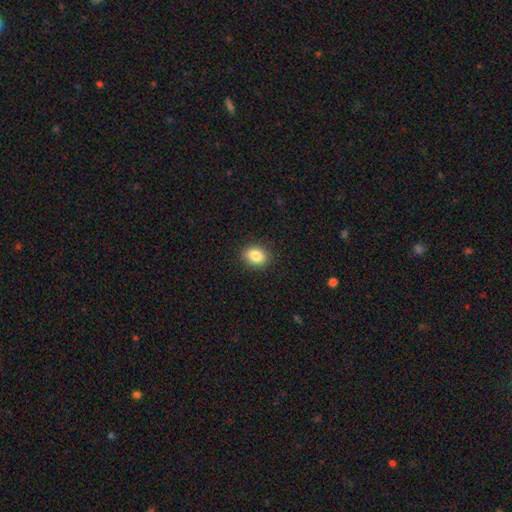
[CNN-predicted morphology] The model was most divided on "how rounded": in between: 57%, round: 42%, cigar-shaped: 1%. More confident: merging — none (89%); smooth or featured — smooth (87%).